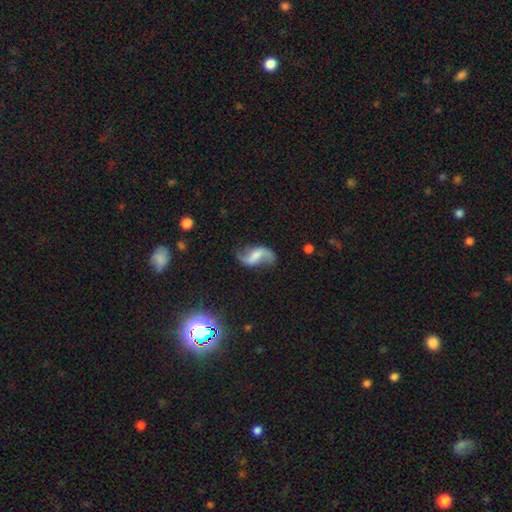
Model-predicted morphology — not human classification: featured or disk 79%, smooth 13%, star or artifact 8%. Down the decision tree: edge-on disk — no (97%); bar — weak (44%); spiral arms — yes (94%); spiral arm count — 2 (92%); spiral winding — loose (81%); bulge size — none (44%); merging — none (69%).